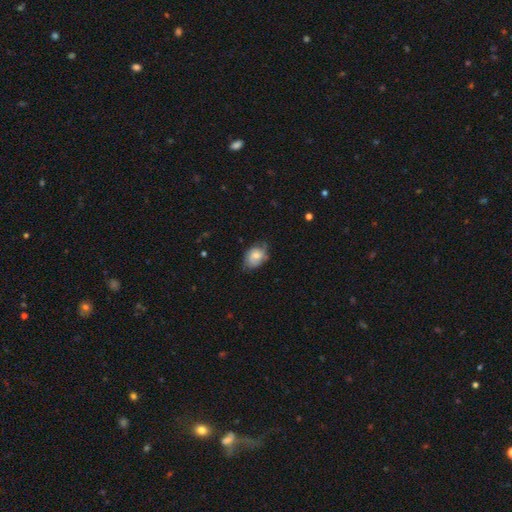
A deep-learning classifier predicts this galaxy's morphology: smooth 55%, featured or disk 37%, star or artifact 8%. Down the decision tree: how rounded — in between (76%); merging — none (58%).